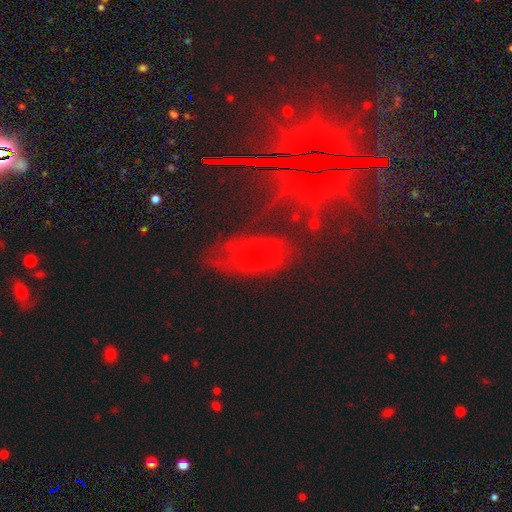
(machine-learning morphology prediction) Smooth or featured? smooth (36%)
Merging? none (66%)